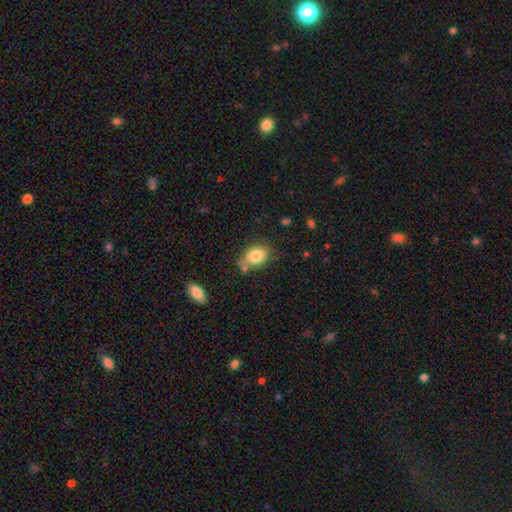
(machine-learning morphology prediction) The model was most divided on "merging": none: 59%, minor disturbance: 20%, merger: 15%, major disturbance: 6%. More confident: smooth or featured — smooth (82%); how rounded — in between (72%).